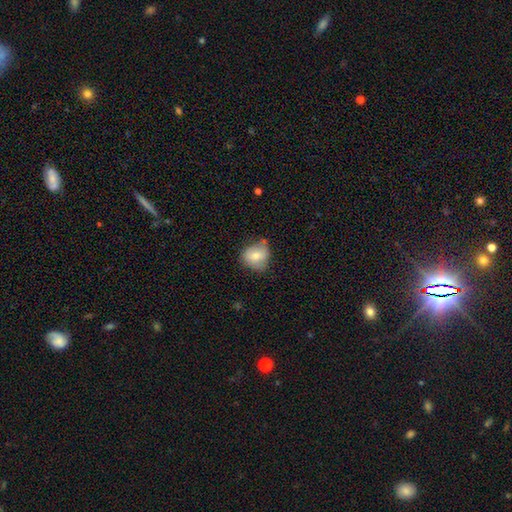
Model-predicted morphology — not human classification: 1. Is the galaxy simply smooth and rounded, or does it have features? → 71% smooth, 20% featured or disk, 8% star or artifact.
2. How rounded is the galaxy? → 68% round, 31% in between, 1% cigar-shaped.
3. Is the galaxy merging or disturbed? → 56% none, 33% minor disturbance, 8% major disturbance, 4% merger.